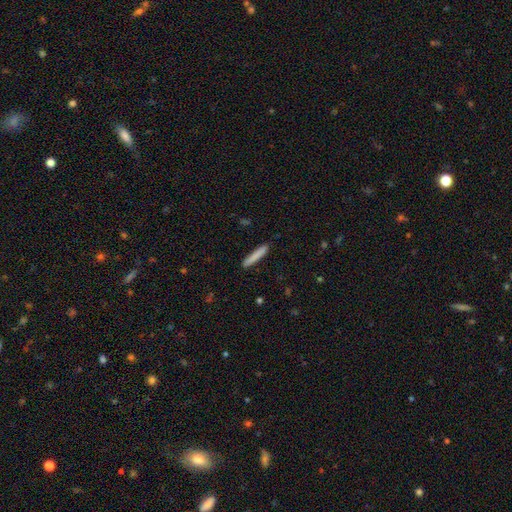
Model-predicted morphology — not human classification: type=smooth (83%); roundness=cigar-shaped (94%); merging=none (91%).